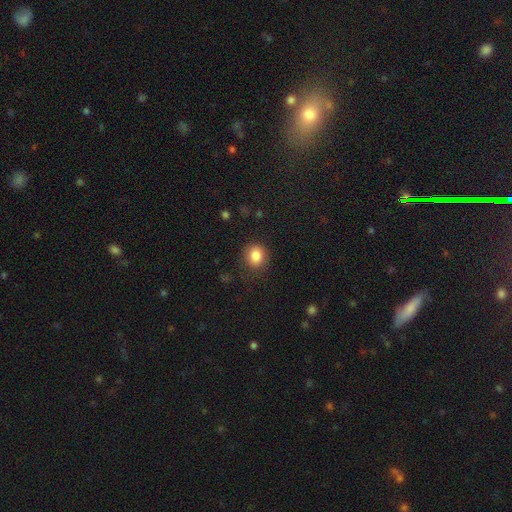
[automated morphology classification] A smooth galaxy with no disk features (85%) that is round (72%). Merging: none (80%).